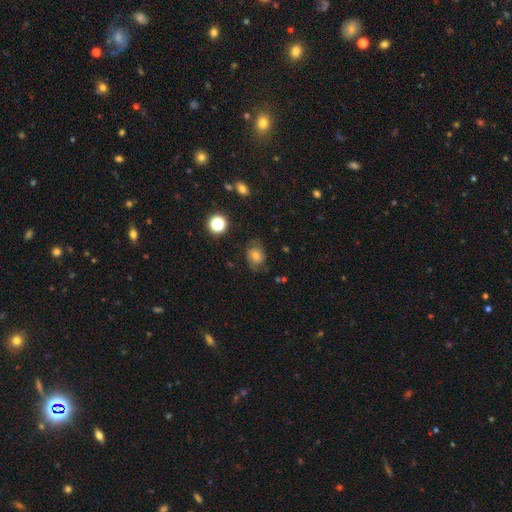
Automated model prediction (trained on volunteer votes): smooth-or-featured: smooth: 49% | featured or disk: 35% | star or artifact: 16%
  merging: none: 67% | minor disturbance: 21% | major disturbance: 10% | merger: 2%